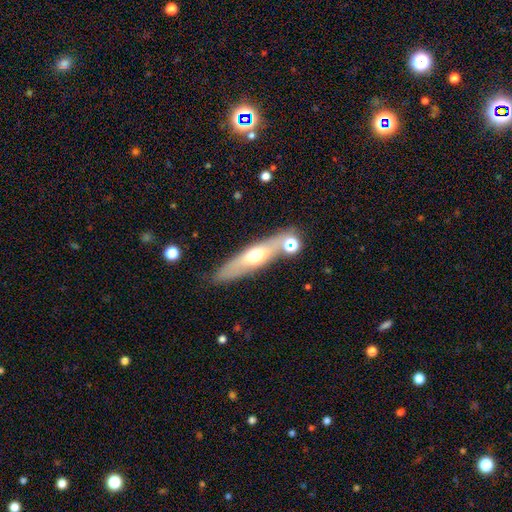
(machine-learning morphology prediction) Smooth or featured: smooth — 46% (tied with featured or disk — 46%)
Merging: none — 78% (minor disturbance — 11%)